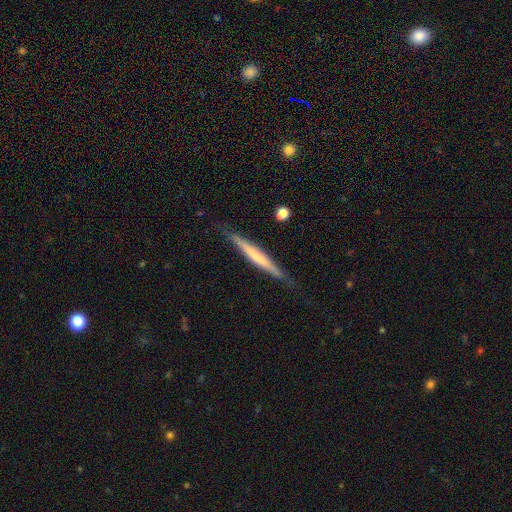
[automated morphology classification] Smooth or featured? Predicted: featured or disk (p=0.54). Edge-on disk? Predicted: yes (p=0.97). Edge-on bulge? Predicted: none (p=0.62). Merging? Predicted: none (p=0.84).